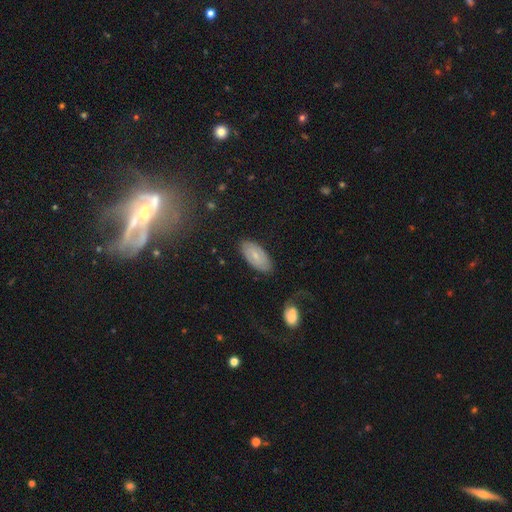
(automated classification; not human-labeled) smooth 51%, featured or disk 41%, star or artifact 8%. Down the decision tree: how rounded — in between (92%); merging — none (78%).